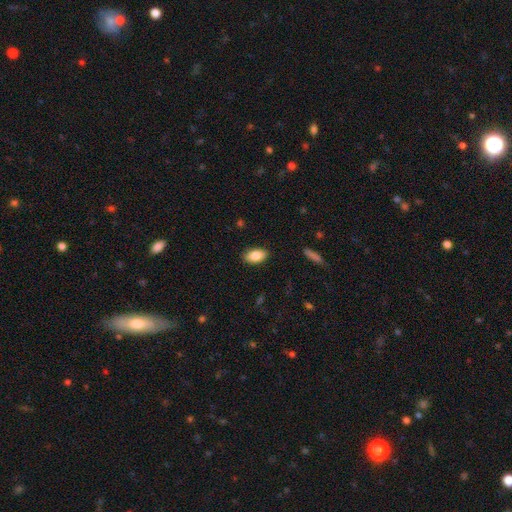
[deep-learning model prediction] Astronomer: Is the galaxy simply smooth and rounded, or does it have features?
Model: smooth — 85%.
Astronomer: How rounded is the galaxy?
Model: in between — 93%.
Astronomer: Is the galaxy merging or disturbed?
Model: none — 87%.